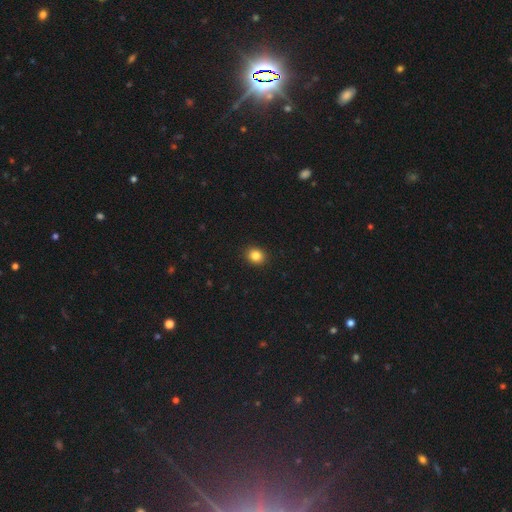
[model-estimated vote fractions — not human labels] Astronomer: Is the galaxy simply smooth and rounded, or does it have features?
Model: smooth — 85%.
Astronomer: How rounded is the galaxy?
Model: round — 75%.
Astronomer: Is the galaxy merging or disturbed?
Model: none — 92%.